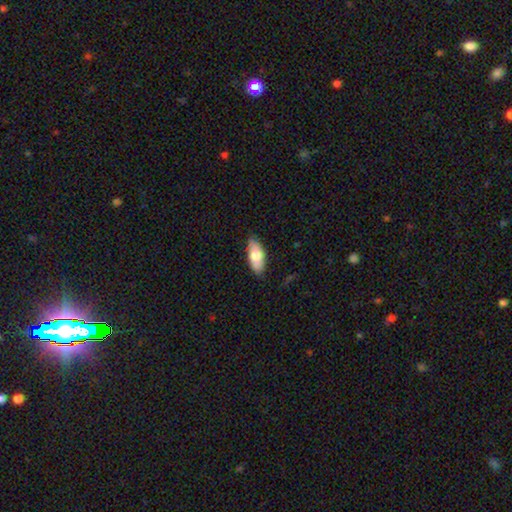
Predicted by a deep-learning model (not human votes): Morphology: type=smooth (73%); roundness=in between (88%); merging=none (81%).